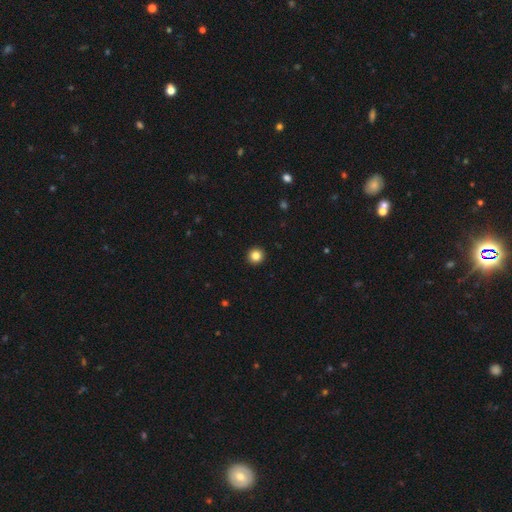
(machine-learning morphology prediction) Smooth or featured?
  - smooth: 84% *
  - star or artifact: 11%
  - featured or disk: 5%
How rounded?
  - round: 95% *
  - in between: 4%
  - cigar-shaped: 1%
Merging?
  - none: 94% *
  - minor disturbance: 4%
  - major disturbance: 1%
  - merger: 1%